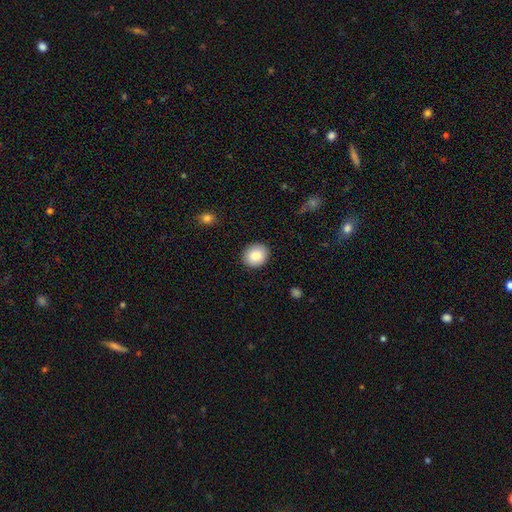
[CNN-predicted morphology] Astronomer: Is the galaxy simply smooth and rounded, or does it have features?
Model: smooth — 86%.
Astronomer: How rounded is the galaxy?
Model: round — 72%.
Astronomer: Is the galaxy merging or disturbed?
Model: none — 90%.